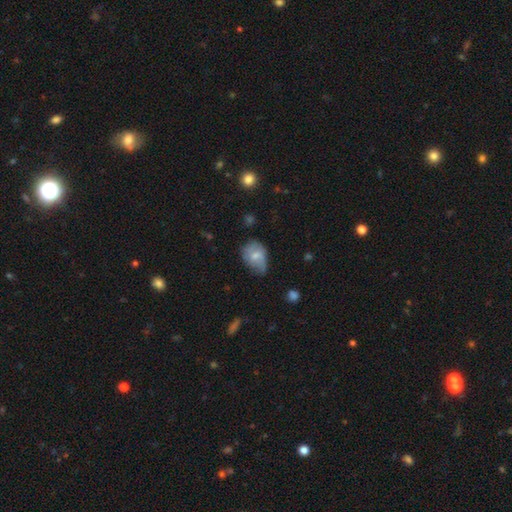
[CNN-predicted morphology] smooth_or_featured: smooth (p=0.65) [alt: featured or disk p=0.26]
how_rounded: in between (p=0.81) [alt: round p=0.18]
merging: minor disturbance (p=0.42) [alt: none p=0.38]